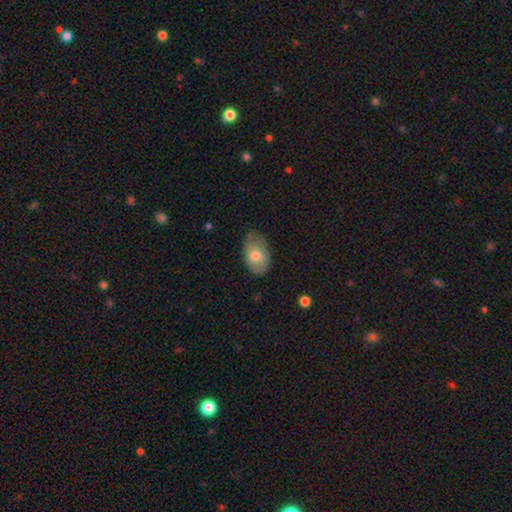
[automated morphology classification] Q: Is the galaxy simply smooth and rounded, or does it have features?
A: smooth — 71%.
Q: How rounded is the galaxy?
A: in between — 90%.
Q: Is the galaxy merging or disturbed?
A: none — 63%.